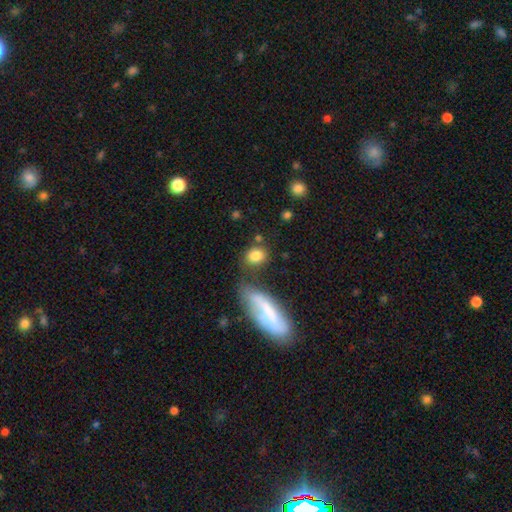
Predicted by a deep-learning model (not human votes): A smooth galaxy with no disk features (81%) that is round (48%).

Vote fractions:
- Smooth or featured? smooth: 81% / featured or disk: 10% / star or artifact: 9%
- How rounded? round: 48% / in between: 46% / cigar-shaped: 6%
- Merging? none: 64% / minor disturbance: 15% / merger: 14% / major disturbance: 7%